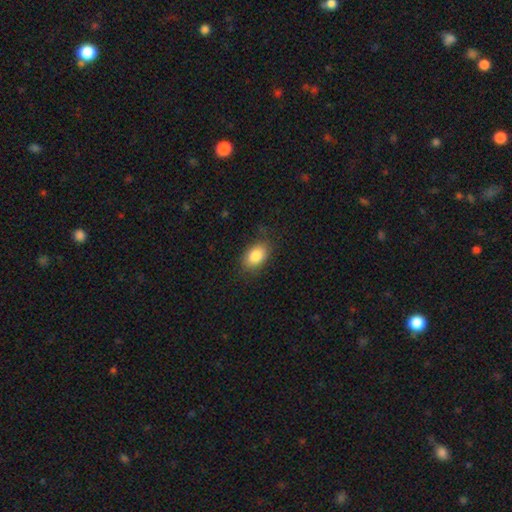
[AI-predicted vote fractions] Smooth or featured? Predicted: smooth (p=0.84). How rounded? Predicted: in between (p=0.86). Merging? Predicted: none (p=0.82).